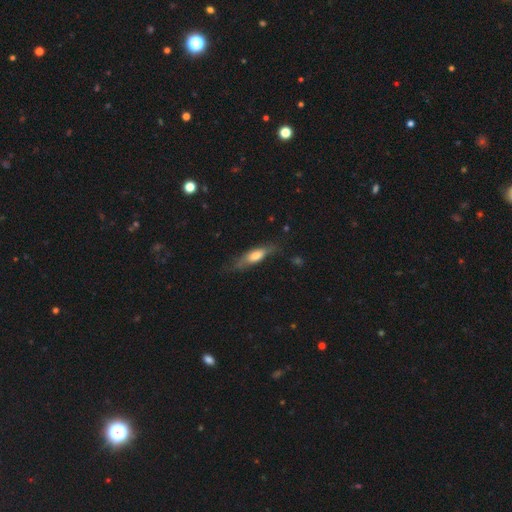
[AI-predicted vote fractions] This appears to be a smooth galaxy with no disk features (58%) that is in between round and cigar-shaped (49%, tied with cigar-shaped). Merging: none (60%).